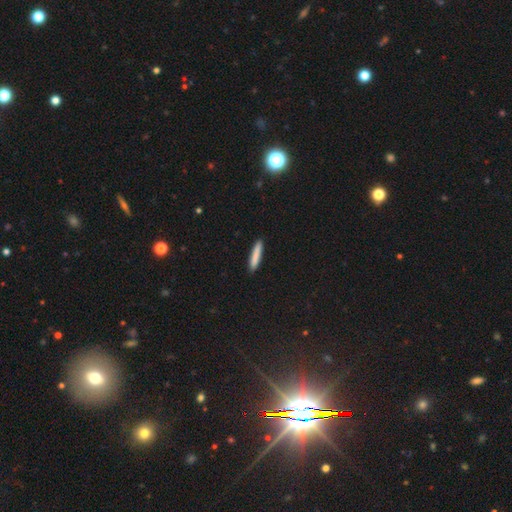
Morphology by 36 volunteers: Smooth or featured? 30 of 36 (83%) said smooth. How rounded? 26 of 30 (87%) said cigar-shaped. Merging? 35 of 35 (100%) said none.